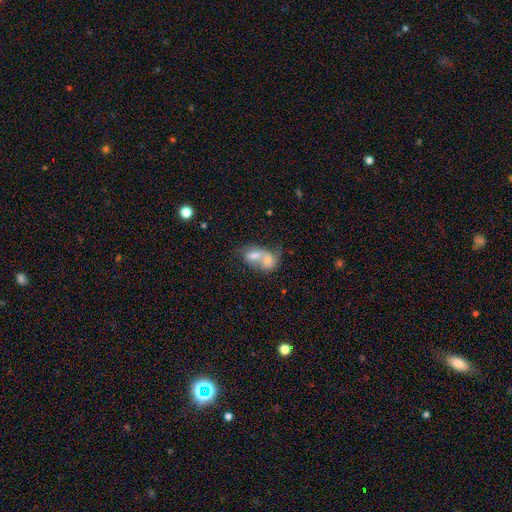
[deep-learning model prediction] Smooth or featured? smooth (60%)
How rounded? in between (71%)
Merging? merger (77%)